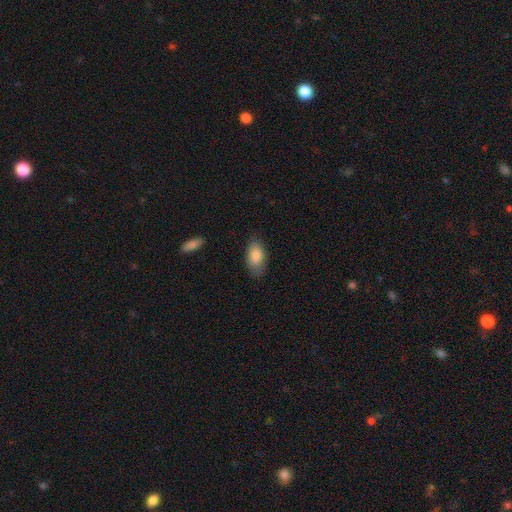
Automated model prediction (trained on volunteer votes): smooth 87%, featured or disk 7%, star or artifact 6%. Down the decision tree: how rounded — in between (93%); merging — none (77%).